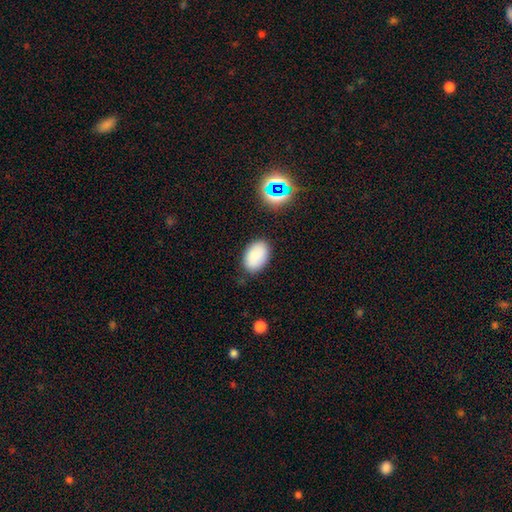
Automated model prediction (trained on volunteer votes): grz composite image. It shows a smooth galaxy with no disk features (86%) that is in between round and cigar-shaped (91%). Merging: none (82%).